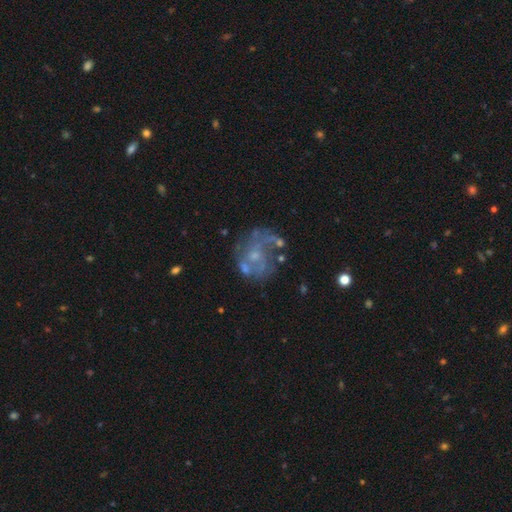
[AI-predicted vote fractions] The model was most divided on "spiral arms": yes: 63%, no: 37%. More confident: edge-on disk — no (98%); bar — no (75%); smooth or featured — featured or disk (74%); bulge size — small (58%); merging — none (52%).